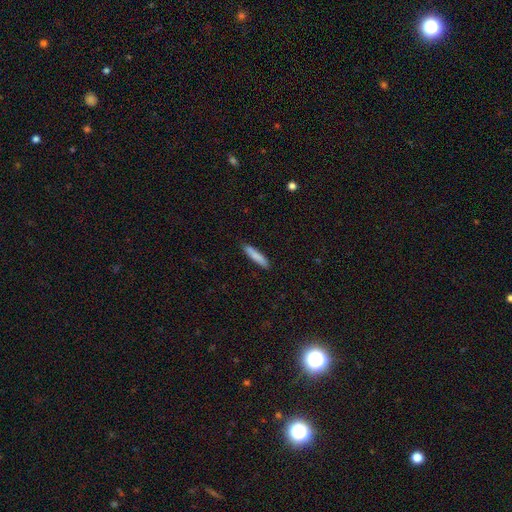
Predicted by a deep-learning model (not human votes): This appears to be a smooth galaxy with no disk features (84%) that is cigar-shaped (90%). Merging: none (88%).